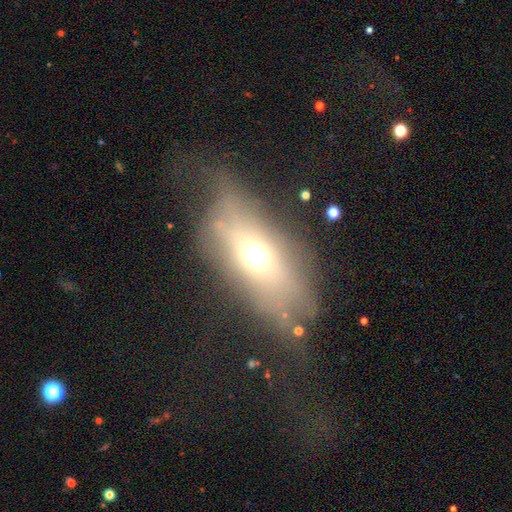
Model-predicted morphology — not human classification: This is possibly a smooth galaxy (48%). Merging: marginally none (36%).